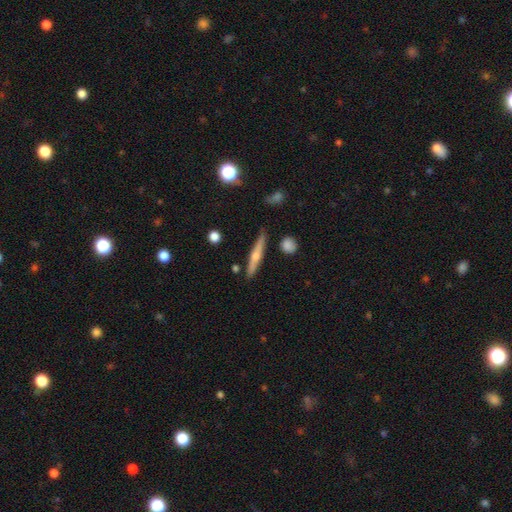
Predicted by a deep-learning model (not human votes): A featured or disk galaxy (52%) viewed edge-on (95%). Merging: none (85%).